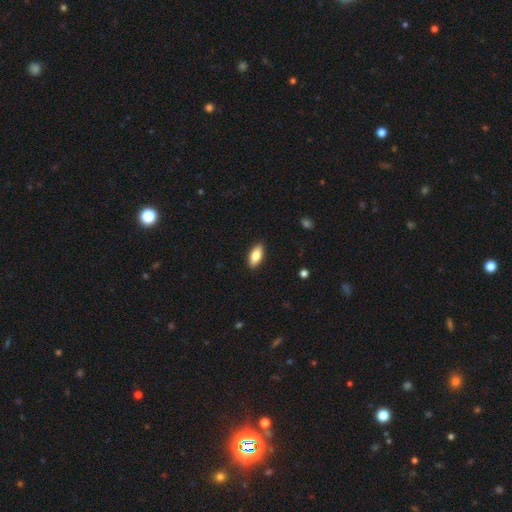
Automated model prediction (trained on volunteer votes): Smooth or featured? Predicted: smooth (p=0.80). How rounded? Predicted: in between (p=0.85). Merging? Predicted: none (p=0.89).